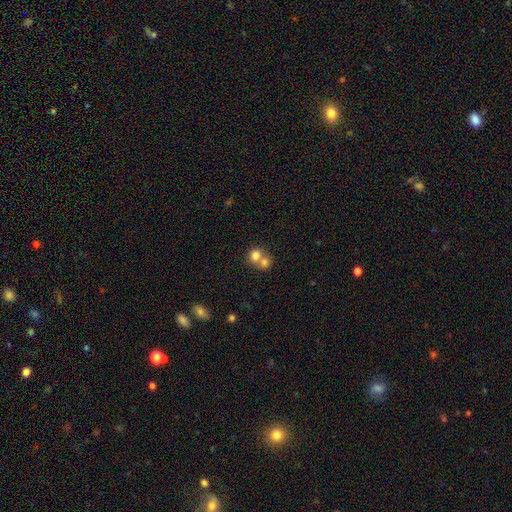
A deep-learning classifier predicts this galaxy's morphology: This appears to be a smooth galaxy with no disk features (76%) that is round (73%). Merging: merger (62%).